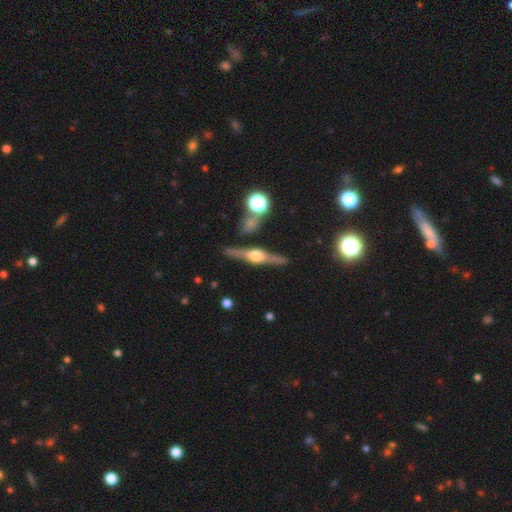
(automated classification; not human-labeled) Overall: featured or disk (80%). Edge-on disk: yes (97%). Edge-on bulge: rounded (92%). Merging: none (86%).